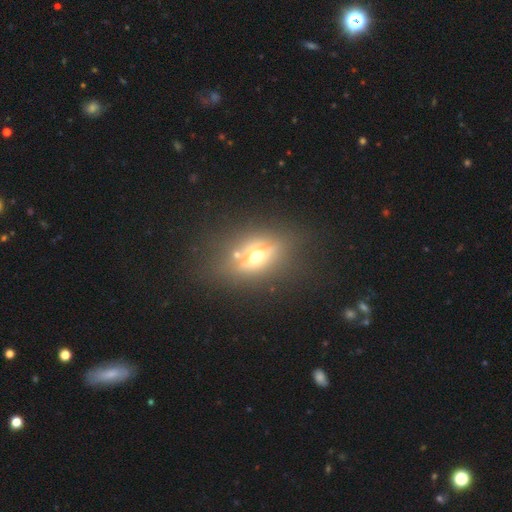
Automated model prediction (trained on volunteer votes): Smooth or featured? Predicted: featured or disk (p=0.61). Edge-on disk? Predicted: yes (p=0.76). Merging? Predicted: none (p=0.74).